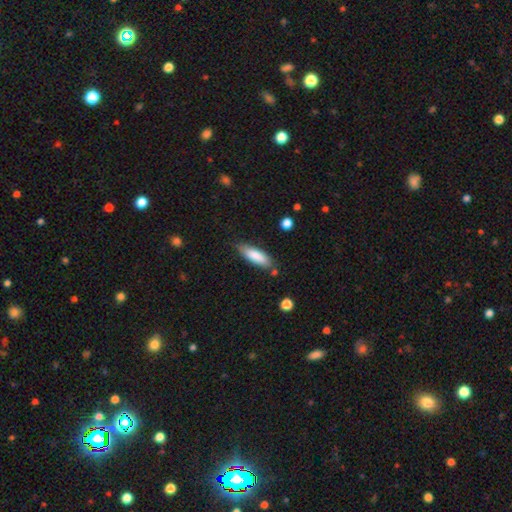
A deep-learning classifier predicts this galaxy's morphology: A smooth galaxy with no disk features (84%) that is in between round and cigar-shaped (50%). Merging: none (78%).